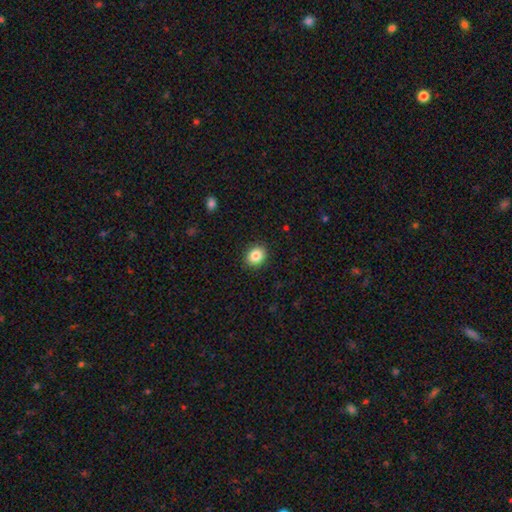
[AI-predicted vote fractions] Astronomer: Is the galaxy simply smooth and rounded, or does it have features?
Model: smooth — 85%.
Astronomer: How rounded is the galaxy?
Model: round — 62% (runner-up: in between, 37%).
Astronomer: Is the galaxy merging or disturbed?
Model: none — 90%.